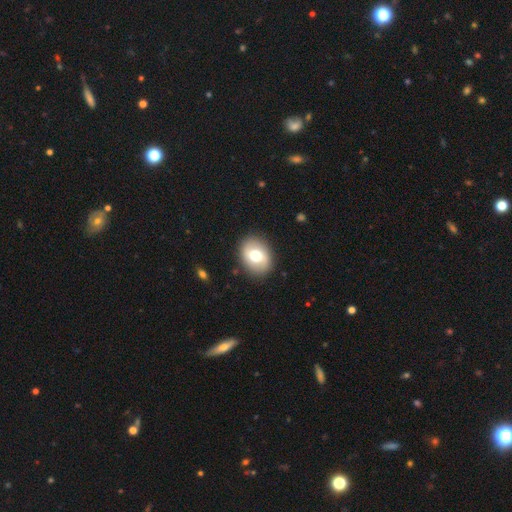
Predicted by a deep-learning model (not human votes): Smooth or featured: smooth — 66% (featured or disk — 26%)
How rounded: in between — 62% (round — 37%)
Merging: none — 88% (minor disturbance — 9%)